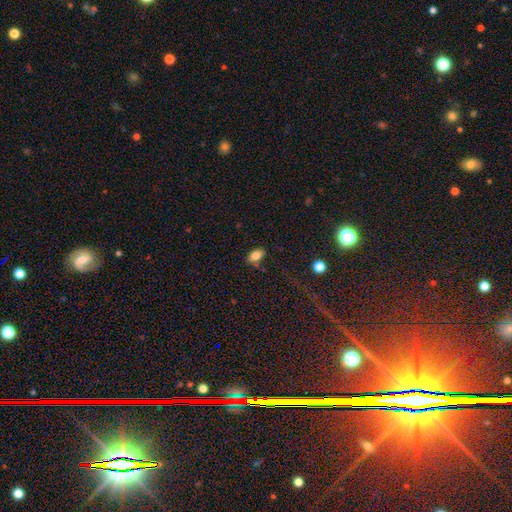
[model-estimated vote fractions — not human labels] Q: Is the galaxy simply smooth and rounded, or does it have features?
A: smooth — 81%.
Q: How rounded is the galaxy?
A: in between — 89%.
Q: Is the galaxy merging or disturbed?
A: none — 78%.